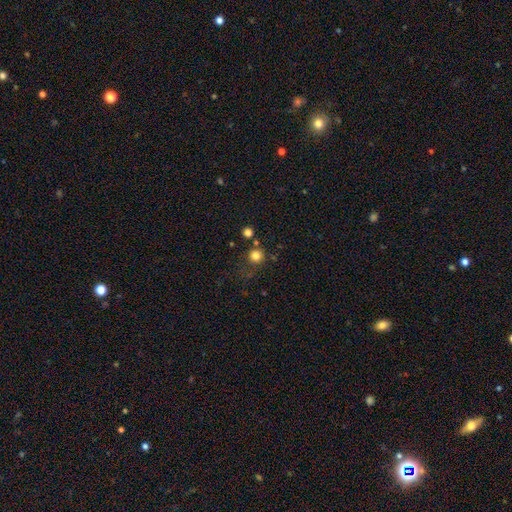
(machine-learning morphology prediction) smooth-or-featured: smooth: 81% | star or artifact: 14% | featured or disk: 5%
  how-rounded: round: 94% | in between: 5% | cigar-shaped: 1%
  merging: none: 76% | merger: 10% | minor disturbance: 9% | major disturbance: 4%